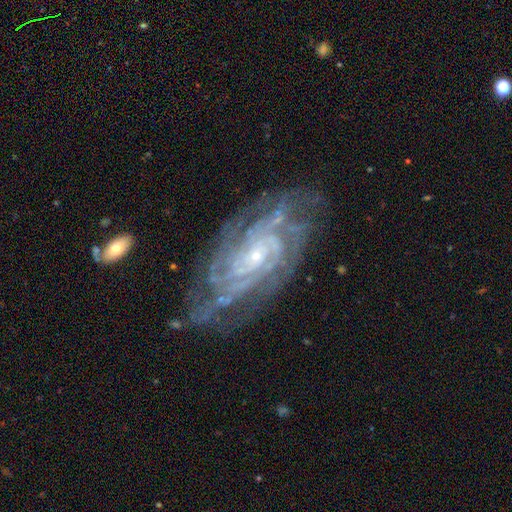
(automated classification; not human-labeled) smooth_or_featured: featured or disk (p=0.90) [alt: star or artifact p=0.06]
disk_edge_on: no (p=0.96) [alt: yes p=0.04]
bar: no (p=0.70) [alt: weak p=0.23]
has_spiral_arms: yes (p=0.97) [alt: no p=0.03]
spiral_winding: tight (p=0.72) [alt: medium p=0.23]
spiral_arm_count: can't tell (p=0.28) [alt: 4 p=0.23]
bulge_size: small (p=0.83) [alt: moderate p=0.13]
merging: none (p=0.69) [alt: minor disturbance p=0.20]